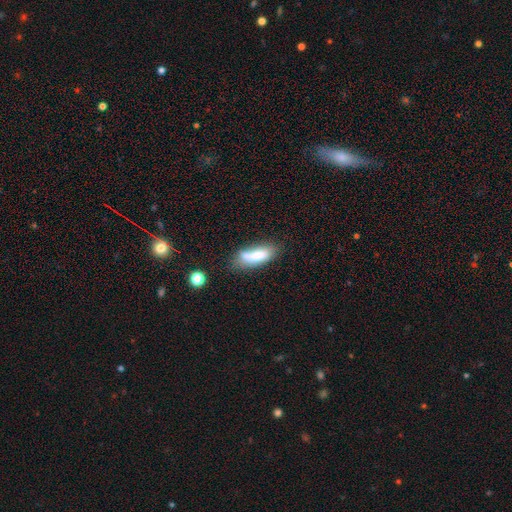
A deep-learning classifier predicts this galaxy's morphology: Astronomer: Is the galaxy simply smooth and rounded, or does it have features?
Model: smooth — 74%.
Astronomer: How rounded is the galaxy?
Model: in between — 58% (runner-up: cigar-shaped, 40%).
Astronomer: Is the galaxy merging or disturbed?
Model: none — 47% (runner-up: minor disturbance, 26%).